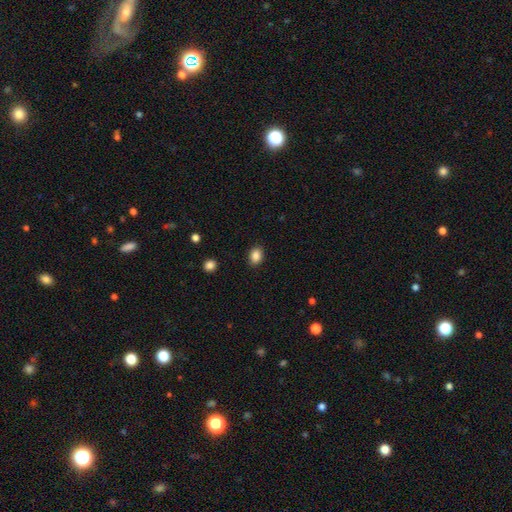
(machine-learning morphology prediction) type=smooth (87%); roundness=in between (66%); merging=none (89%).